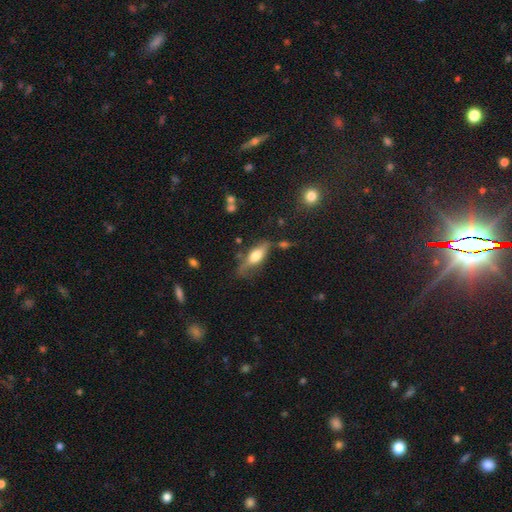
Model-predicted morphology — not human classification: Overall: smooth (50%; featured or disk 43%). How rounded: in between (58%; cigar-shaped 39%). Merging: none (62%; minor disturbance 23%).